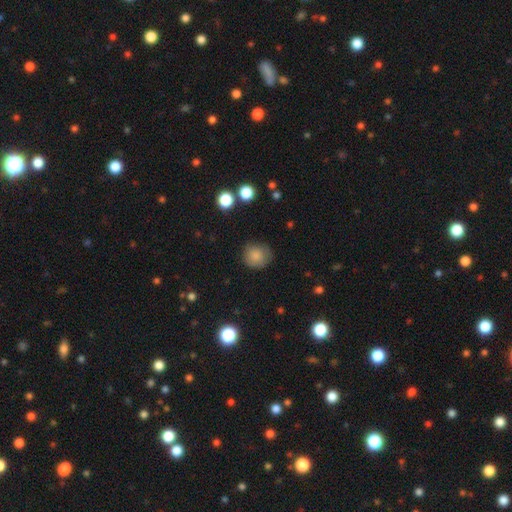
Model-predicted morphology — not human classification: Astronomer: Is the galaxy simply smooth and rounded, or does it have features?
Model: smooth — 84%.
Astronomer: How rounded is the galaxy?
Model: round — 85%.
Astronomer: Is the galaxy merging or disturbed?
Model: none — 76%.